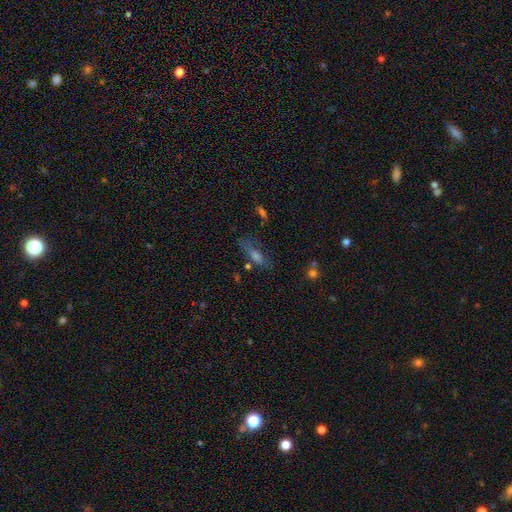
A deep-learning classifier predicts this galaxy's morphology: Smooth or featured?
  - smooth: 44% *
  - featured or disk: 34%
  - star or artifact: 23%
Merging?
  - none: 65% *
  - minor disturbance: 19%
  - major disturbance: 10%
  - merger: 6%